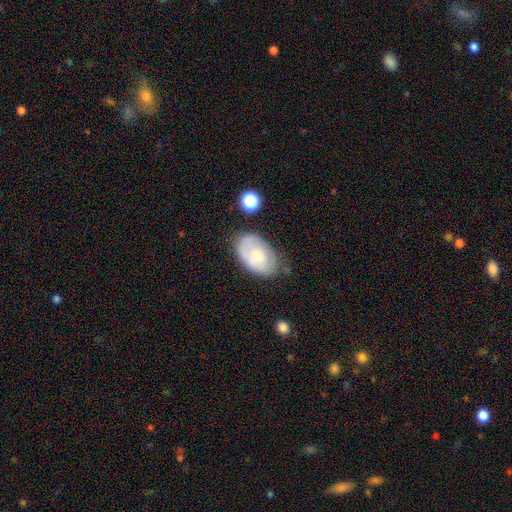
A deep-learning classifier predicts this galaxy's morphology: This appears to be a smooth galaxy with no disk features (55%) that is in between round and cigar-shaped (91%). Merging: none (60%).